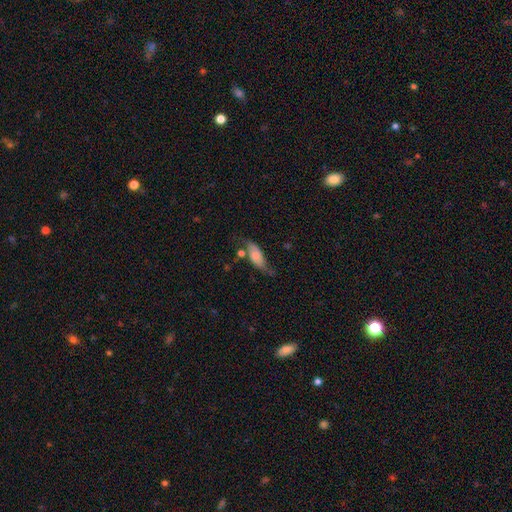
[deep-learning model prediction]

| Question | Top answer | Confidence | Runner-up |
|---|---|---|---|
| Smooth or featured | smooth | 53% | featured or disk (39%) |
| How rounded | in between | 80% | cigar-shaped (17%) |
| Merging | none | 47% | minor disturbance (28%) |